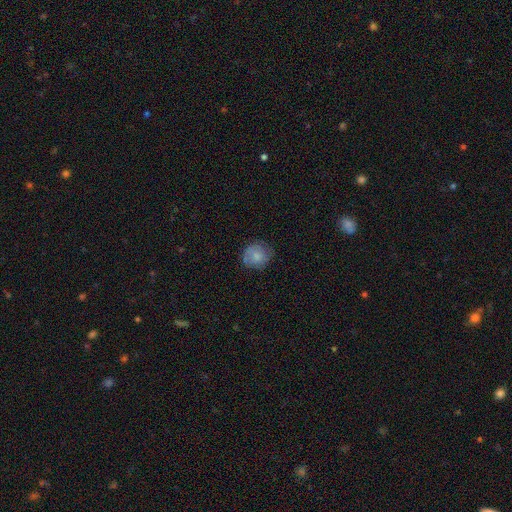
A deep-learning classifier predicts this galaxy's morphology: Q: Smooth or featured?
A: smooth (72%); runner-up: featured or disk (21%)
Q: How rounded?
A: round (82%); runner-up: in between (17%)
Q: Merging?
A: none (72%); runner-up: minor disturbance (21%)